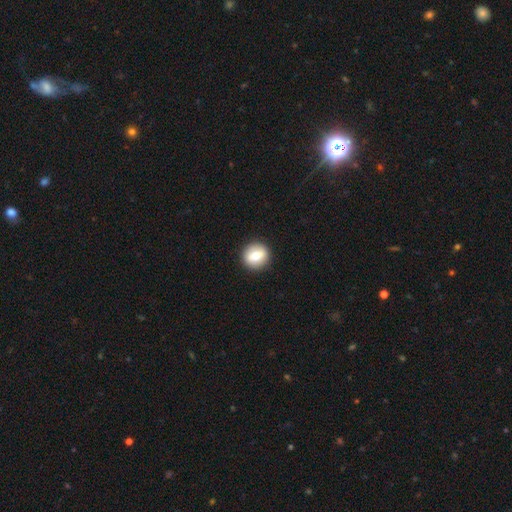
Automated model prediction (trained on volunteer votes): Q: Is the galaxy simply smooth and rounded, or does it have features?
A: smooth — 65%.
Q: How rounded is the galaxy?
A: round — 89%.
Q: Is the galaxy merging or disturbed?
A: none — 91%.